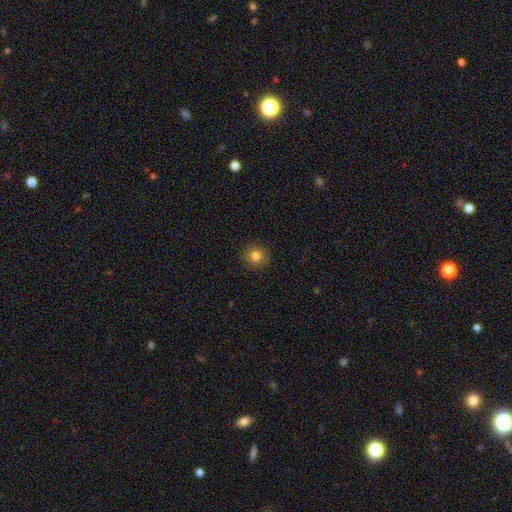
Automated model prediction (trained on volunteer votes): Smooth or featured: smooth — 81% (star or artifact — 12%)
How rounded: round — 92% (in between — 7%)
Merging: none — 91% (minor disturbance — 7%)